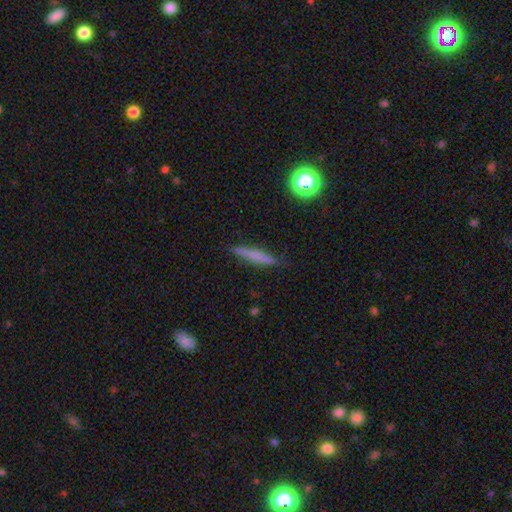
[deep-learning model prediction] Morphology: type=smooth (63%); roundness=cigar-shaped (92%); merging=none (86%).